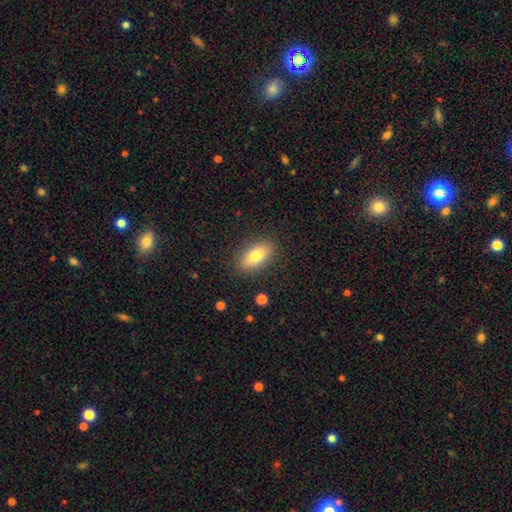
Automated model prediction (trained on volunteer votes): This is clearly a smooth galaxy (80%). How rounded: clearly in between (89%). Merging: clearly none (87%).